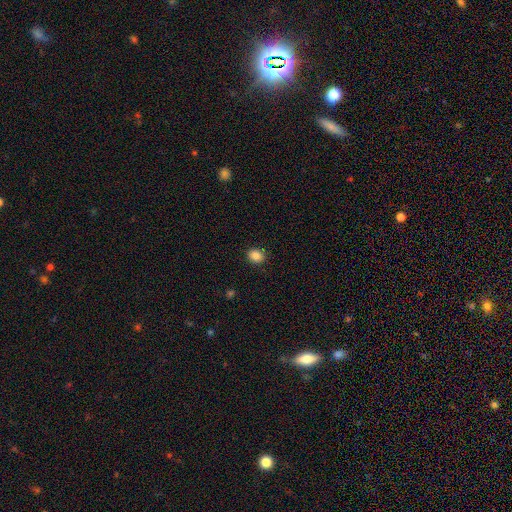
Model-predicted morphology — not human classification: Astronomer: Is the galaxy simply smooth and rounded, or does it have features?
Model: smooth — 86%.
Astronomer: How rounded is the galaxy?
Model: round — 58% (runner-up: in between, 41%).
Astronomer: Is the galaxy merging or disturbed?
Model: none — 90%.